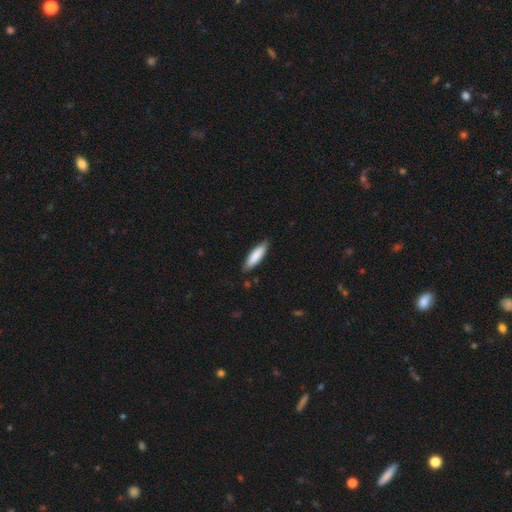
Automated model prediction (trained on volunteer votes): This is clearly a smooth galaxy (85%). How rounded: likely cigar-shaped (61%). Merging: clearly none (83%).